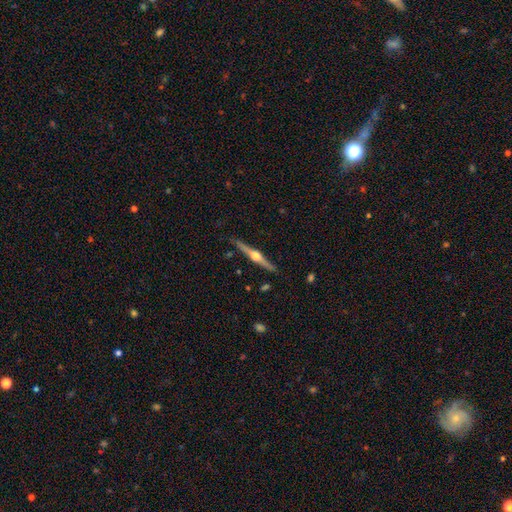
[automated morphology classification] This appears to be a featured or disk galaxy (81%) viewed edge-on (98%) with a rounded central bulge (95%). Merging: none (88%).